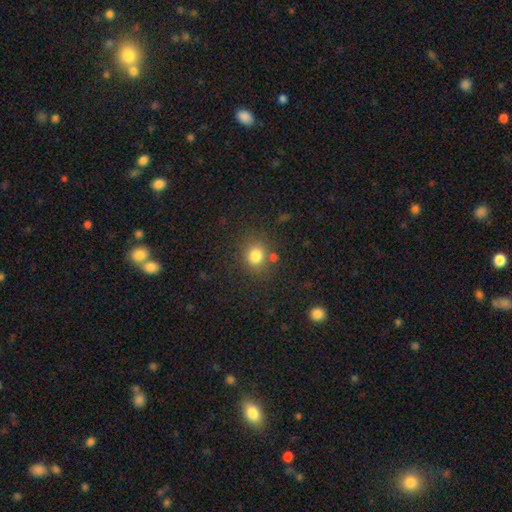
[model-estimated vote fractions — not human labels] Smooth or featured? smooth (80%)
How rounded? round (76%)
Merging? none (76%)